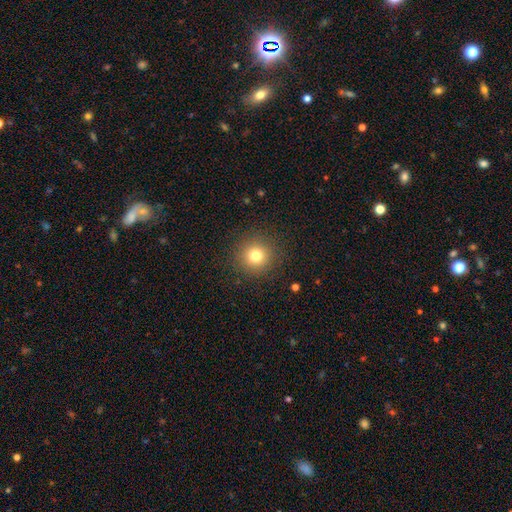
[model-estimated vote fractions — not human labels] Smooth or featured?
  - smooth: 79% *
  - star or artifact: 14%
  - featured or disk: 8%
How rounded?
  - round: 94% *
  - in between: 5%
  - cigar-shaped: 1%
Merging?
  - none: 90% *
  - minor disturbance: 6%
  - major disturbance: 3%
  - merger: 1%